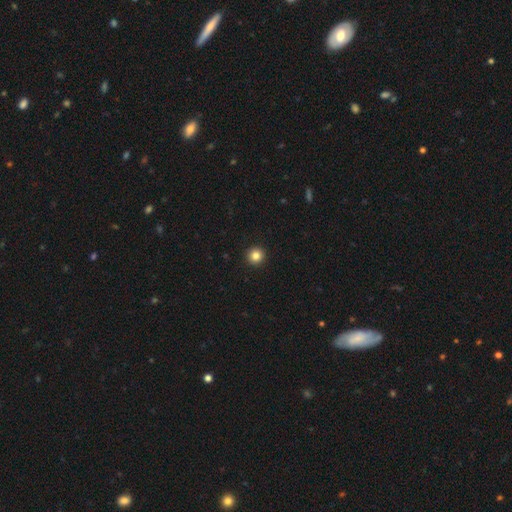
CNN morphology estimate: smooth_or_featured: smooth (p=0.84) [alt: star or artifact p=0.11]
how_rounded: round (p=0.96) [alt: in between p=0.04]
merging: none (p=0.94) [alt: minor disturbance p=0.04]